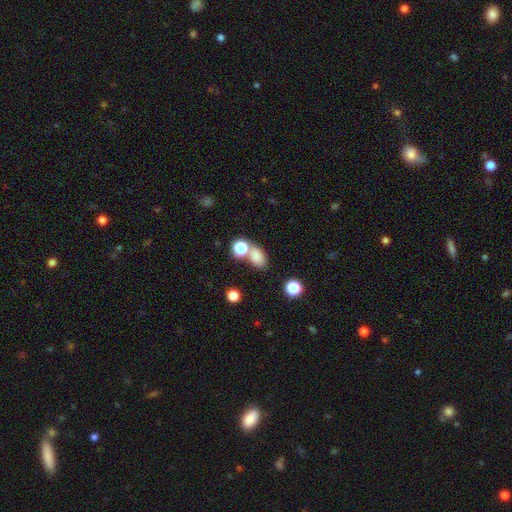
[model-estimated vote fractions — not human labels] Smooth or featured: smooth — 79% (star or artifact — 14%)
How rounded: in between — 79% (round — 20%)
Merging: none — 54% (merger — 28%)